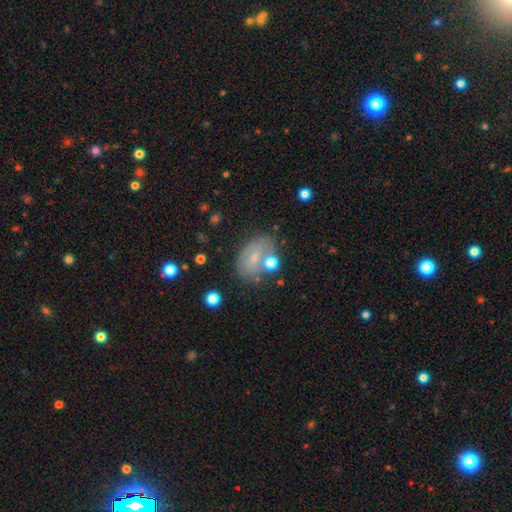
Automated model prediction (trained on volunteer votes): A smooth galaxy with no disk features (59%) that is in between round and cigar-shaped (80%).

Vote fractions:
- Smooth or featured? smooth: 59% / featured or disk: 29% / star or artifact: 13%
- How rounded? in between: 80% / round: 18% / cigar-shaped: 2%
- Merging? none: 59% / minor disturbance: 22% / major disturbance: 10% / merger: 10%